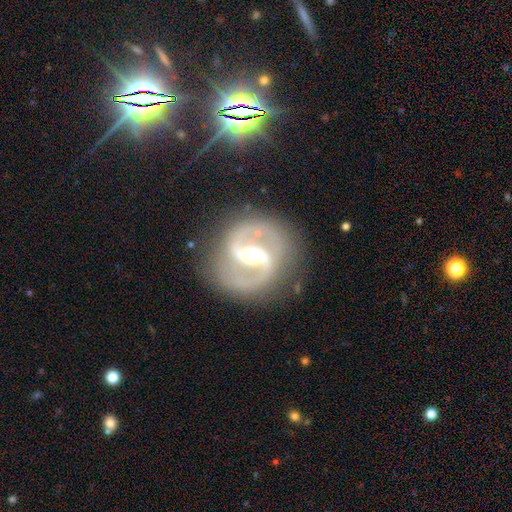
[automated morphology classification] smooth-or-featured: featured or disk: 91% | star or artifact: 5% | smooth: 4%
  disk-edge-on: no: 98% | yes: 2%
    bar: strong: 53% | weak: 35% | no: 12%
    has-spiral-arms: yes: 97% | no: 3%
      spiral-winding: medium: 61% | tight: 20% | loose: 18%
      spiral-arm-count: 2: 94% | can't tell: 2% | 1: 1% | 3: 1% | 4: 1% | more than 4: 1%
    bulge-size: moderate: 60% | small: 35% | large: 3% | none: 1% | dominant: 1%
  merging: none: 84% | minor disturbance: 11% | major disturbance: 4% | merger: 2%